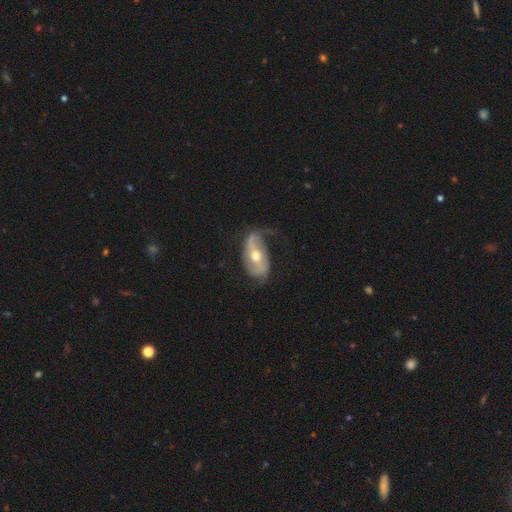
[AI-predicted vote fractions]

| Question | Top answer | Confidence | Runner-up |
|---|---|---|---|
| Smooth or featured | featured or disk | 78% | smooth (16%) |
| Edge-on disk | no | 94% | yes (6%) |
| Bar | weak | 35% | no (32%) |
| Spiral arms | yes | 88% | no (12%) |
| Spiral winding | loose | 59% | medium (29%) |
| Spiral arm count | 2 | 73% | 1 (17%) |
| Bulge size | moderate | 73% | small (21%) |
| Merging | none | 50% | minor disturbance (27%) |